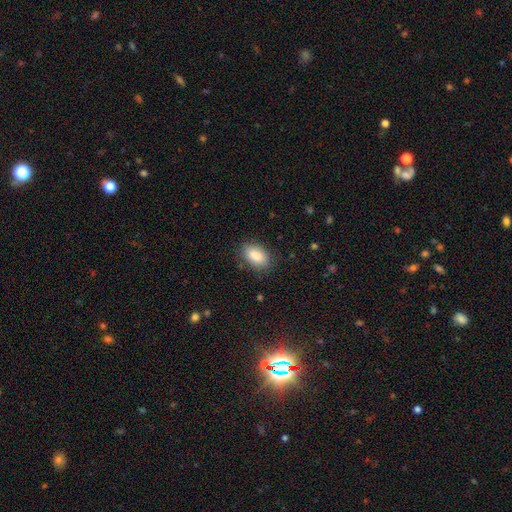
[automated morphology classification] Q: Smooth or featured?
A: smooth (87%); runner-up: star or artifact (7%)
Q: How rounded?
A: in between (91%); runner-up: round (7%)
Q: Merging?
A: none (84%); runner-up: minor disturbance (12%)